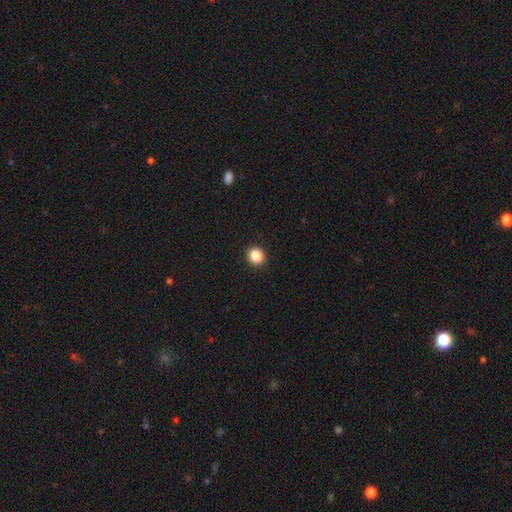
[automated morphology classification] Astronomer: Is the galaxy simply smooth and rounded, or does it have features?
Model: smooth — 87%.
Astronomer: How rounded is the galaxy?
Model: round — 80%.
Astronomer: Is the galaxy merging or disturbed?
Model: none — 92%.